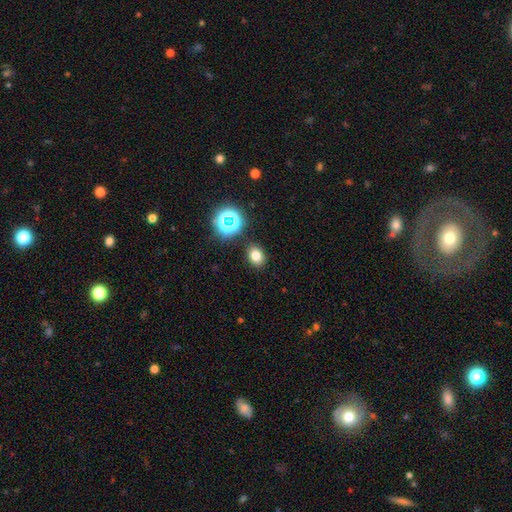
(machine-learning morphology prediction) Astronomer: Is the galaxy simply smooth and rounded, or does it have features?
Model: smooth — 73%.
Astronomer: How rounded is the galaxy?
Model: in between — 55% (runner-up: round, 44%).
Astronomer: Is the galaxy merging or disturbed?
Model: none — 86%.